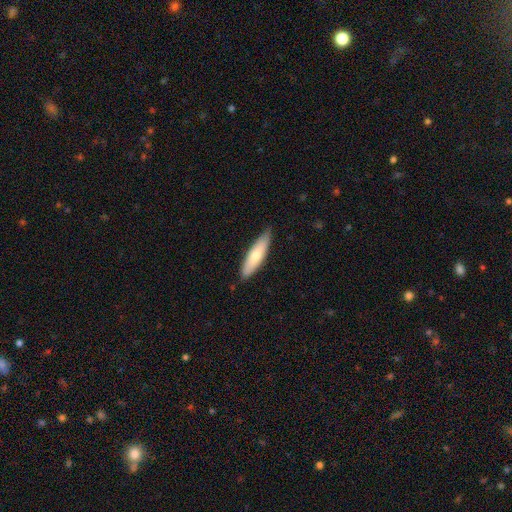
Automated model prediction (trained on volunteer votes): Smooth or featured? Predicted: smooth (p=0.71). How rounded? Predicted: cigar-shaped (p=0.66). Merging? Predicted: none (p=0.82).